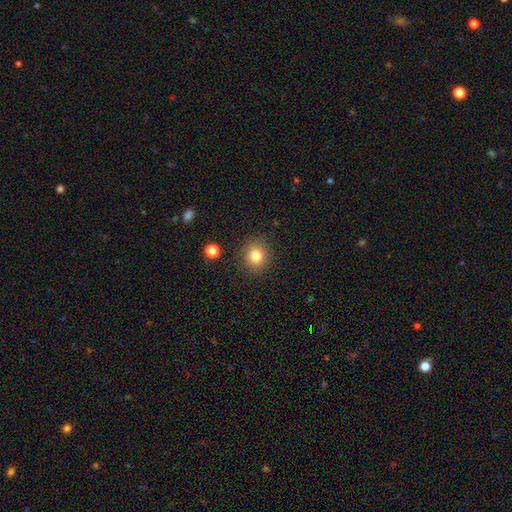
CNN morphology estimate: A smooth galaxy with no disk features (80%) that is round (81%).

Vote fractions:
- Smooth or featured? smooth: 80% / star or artifact: 12% / featured or disk: 8%
- How rounded? round: 81% / in between: 18% / cigar-shaped: 1%
- Merging? none: 88% / minor disturbance: 8% / major disturbance: 3% / merger: 2%